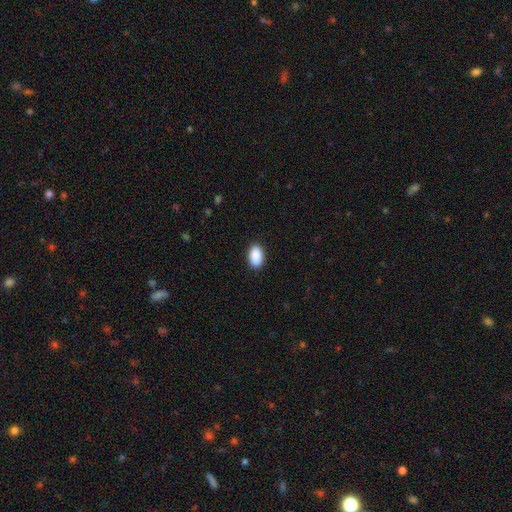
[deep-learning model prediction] Overall: smooth (91%). How rounded: in between (92%). Merging: none (89%).